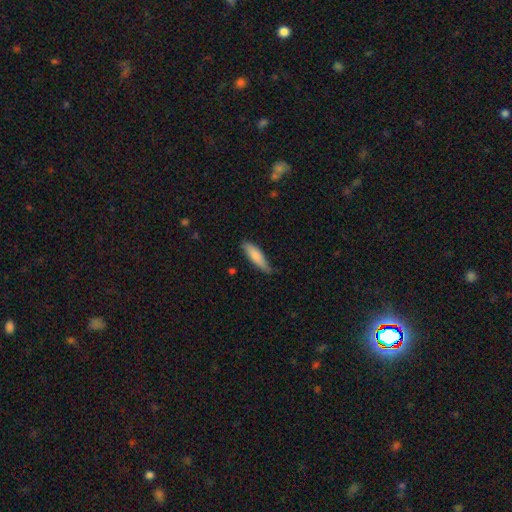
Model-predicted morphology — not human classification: smooth-or-featured: smooth: 80% | featured or disk: 15% | star or artifact: 5%
  how-rounded: cigar-shaped: 59% | in between: 39% | round: 2%
  merging: none: 63% | minor disturbance: 31% | major disturbance: 5% | merger: 2%